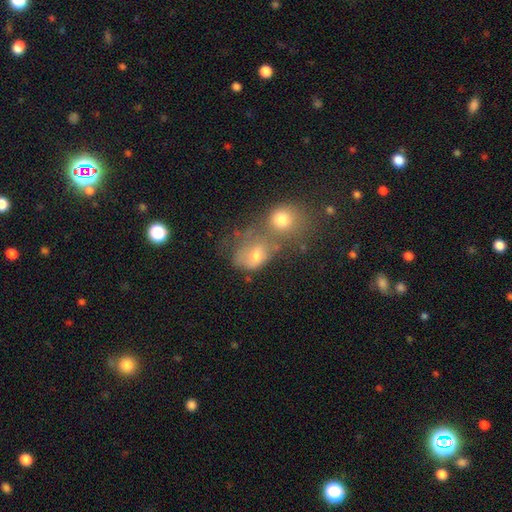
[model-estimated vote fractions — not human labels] The model was most divided on "how rounded": in between: 50%, round: 48%, cigar-shaped: 1%. More confident: smooth or featured — smooth (62%); merging — merger (59%).